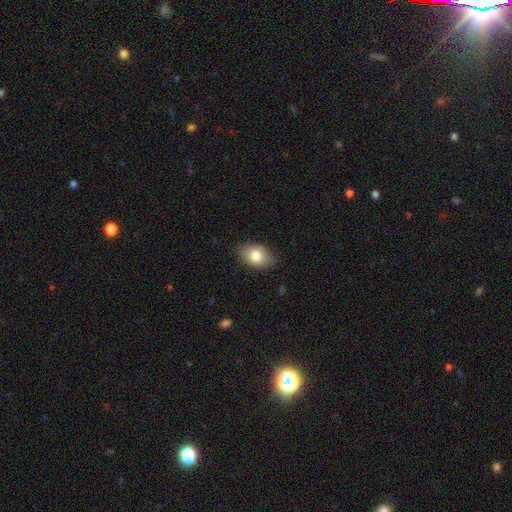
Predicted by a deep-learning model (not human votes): The model was most divided on "smooth or featured": smooth: 80%, featured or disk: 12%, star or artifact: 8%. More confident: how rounded — in between (84%); merging — none (84%).